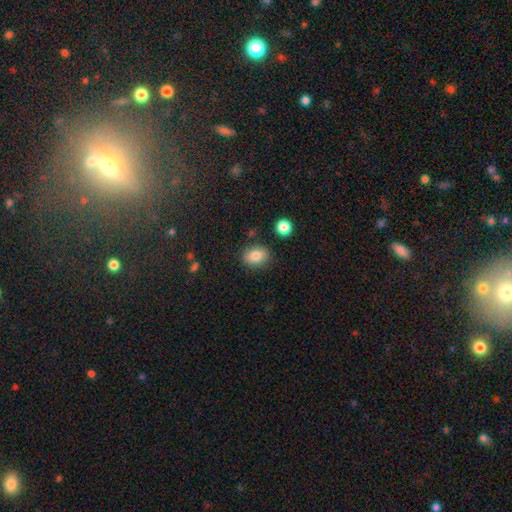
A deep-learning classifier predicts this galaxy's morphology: A smooth galaxy with no disk features (83%) that is in between round and cigar-shaped (63%).

Vote fractions:
- Smooth or featured? smooth: 83% / star or artifact: 9% / featured or disk: 8%
- How rounded? in between: 63% / round: 36% / cigar-shaped: 1%
- Merging? none: 84% / minor disturbance: 10% / merger: 3% / major disturbance: 3%